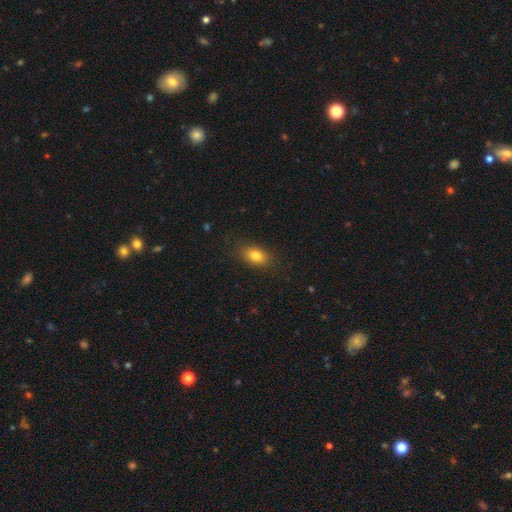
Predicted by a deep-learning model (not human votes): A smooth galaxy with no disk features (82%) that is in between round and cigar-shaped (85%). Merging: none (85%).